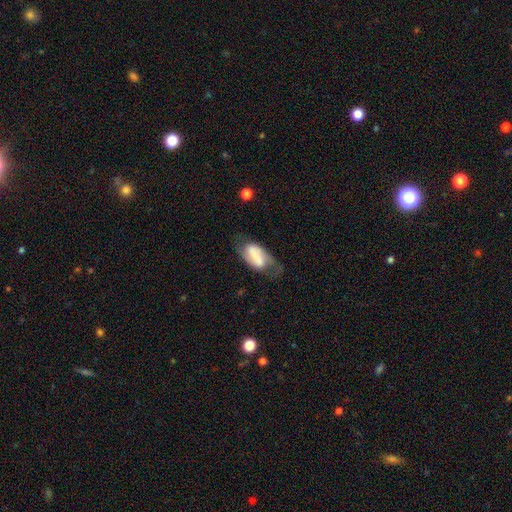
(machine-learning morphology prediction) Smooth or featured? Predicted: featured or disk (p=0.46, tied with smooth). Merging? Predicted: none (p=0.39).